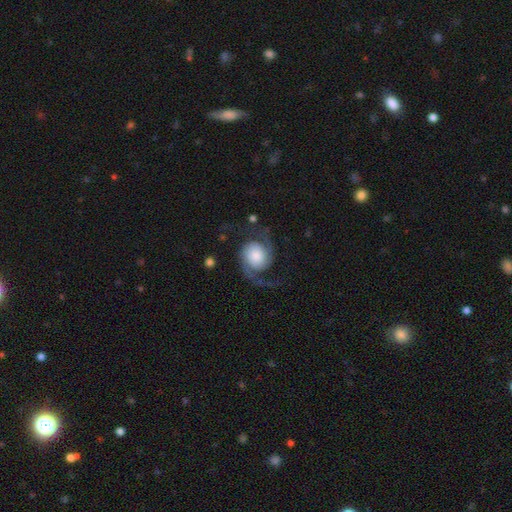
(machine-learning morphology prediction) Smooth or featured? featured or disk (85%)
Edge-on disk? no (98%)
Bar? no (75%)
Spiral arms? yes (98%)
Spiral winding? loose (46%)
Spiral arm count? 2 (94%)
Bulge size? large (35%)
Merging? none (72%)